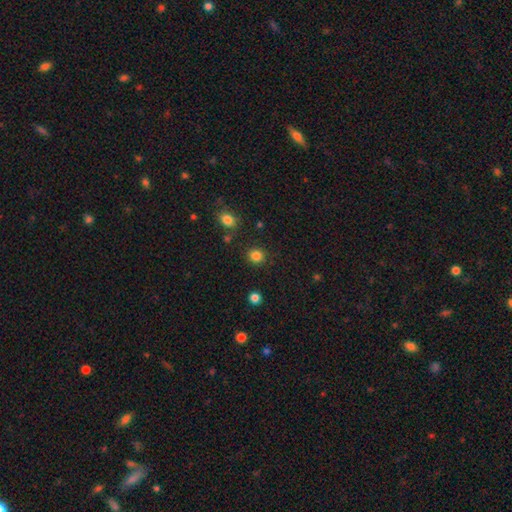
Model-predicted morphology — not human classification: Smooth or featured? smooth (84%)
How rounded? round (88%)
Merging? none (88%)